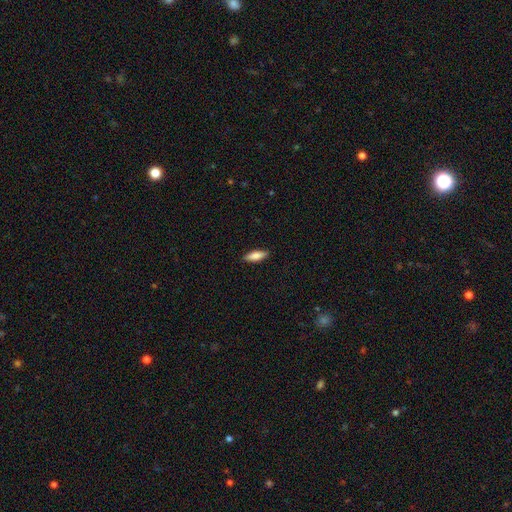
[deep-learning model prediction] This is clearly a smooth galaxy (81%). How rounded: possibly in between (54%). Merging: clearly none (88%).